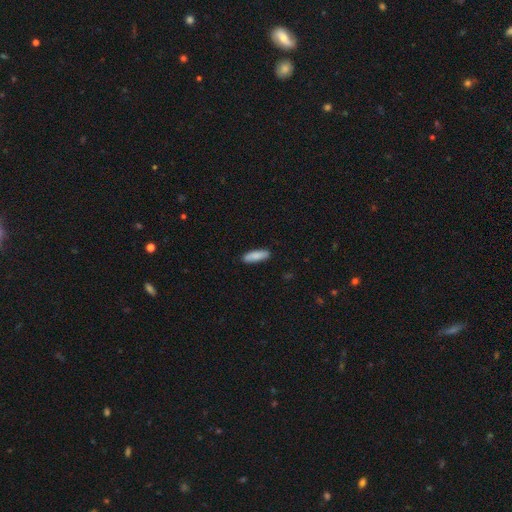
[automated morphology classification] Smooth or featured?
  - smooth: 88% *
  - featured or disk: 7%
  - star or artifact: 6%
How rounded?
  - cigar-shaped: 54% *
  - in between: 44%
  - round: 2%
Merging?
  - none: 89% *
  - minor disturbance: 8%
  - major disturbance: 2%
  - merger: 1%